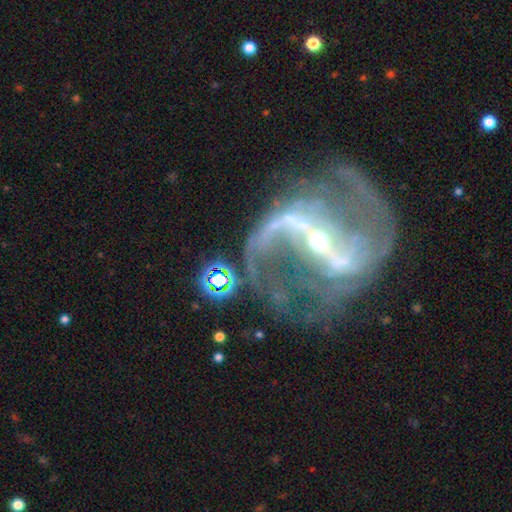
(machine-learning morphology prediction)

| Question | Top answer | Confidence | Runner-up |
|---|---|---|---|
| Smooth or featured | featured or disk | 90% | star or artifact (7%) |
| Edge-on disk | no | 97% | yes (3%) |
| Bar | strong | 65% | weak (23%) |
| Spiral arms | yes | 96% | no (4%) |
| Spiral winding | loose | 55% | medium (36%) |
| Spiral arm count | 2 | 87% | can't tell (4%) |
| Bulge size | small | 77% | moderate (19%) |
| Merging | none | 53% | major disturbance (21%) |